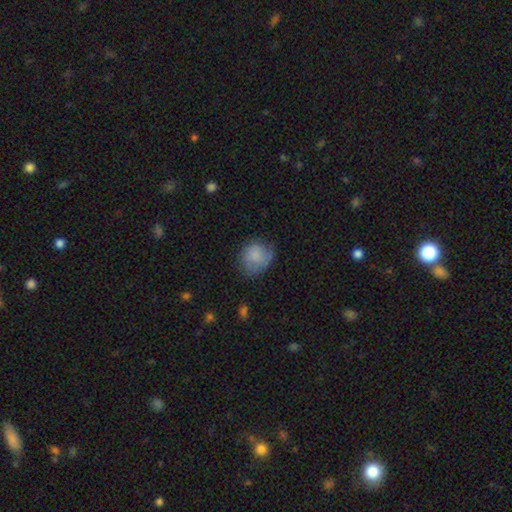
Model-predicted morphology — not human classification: Q: Smooth or featured?
A: smooth (77%); runner-up: featured or disk (15%)
Q: How rounded?
A: round (68%); runner-up: in between (31%)
Q: Merging?
A: none (53%); runner-up: minor disturbance (33%)